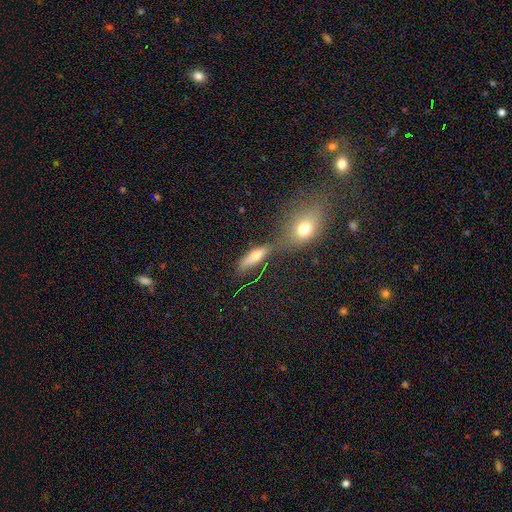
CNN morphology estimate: smooth-or-featured: smooth: 64% | featured or disk: 21% | star or artifact: 15%
  how-rounded: in between: 53% | cigar-shaped: 37% | round: 10%
  merging: none: 56% | merger: 27% | minor disturbance: 12% | major disturbance: 6%